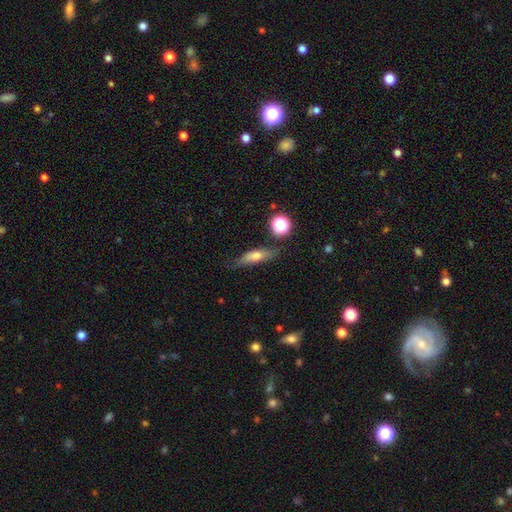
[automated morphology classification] This appears to be a smooth galaxy with no disk features (56%) that is cigar-shaped (56%). Merging: none (73%).